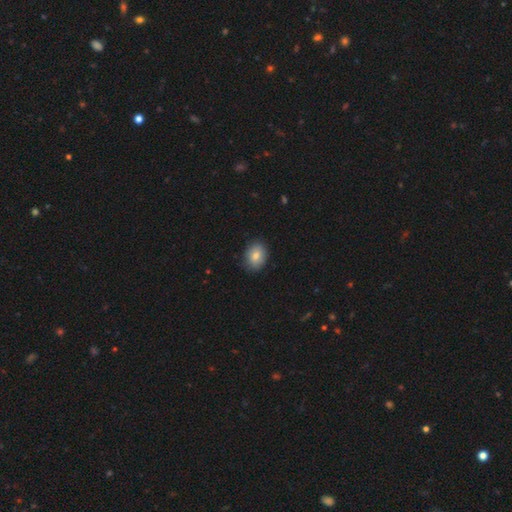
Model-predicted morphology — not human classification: Smooth or featured? smooth (80%)
How rounded? in between (54%)
Merging? none (85%)